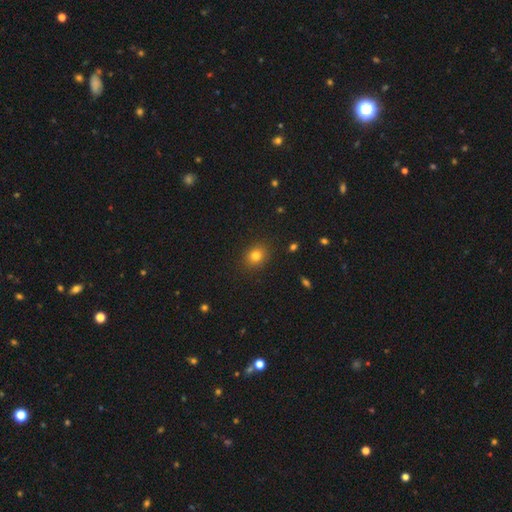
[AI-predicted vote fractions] smooth-or-featured: smooth: 81% | star or artifact: 13% | featured or disk: 7%
  how-rounded: round: 69% | in between: 30% | cigar-shaped: 1%
  merging: none: 89% | minor disturbance: 8% | major disturbance: 2% | merger: 1%